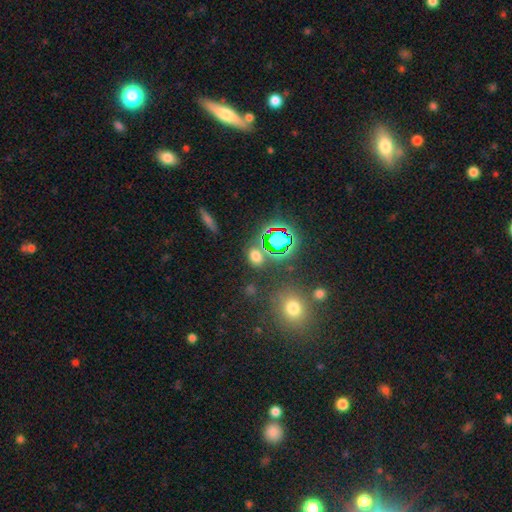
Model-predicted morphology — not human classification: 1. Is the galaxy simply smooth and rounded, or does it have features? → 58% smooth, 34% star or artifact, 8% featured or disk.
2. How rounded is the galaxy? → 54% round, 44% in between, 2% cigar-shaped.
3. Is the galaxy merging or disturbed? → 77% none, 10% minor disturbance, 9% merger, 4% major disturbance.